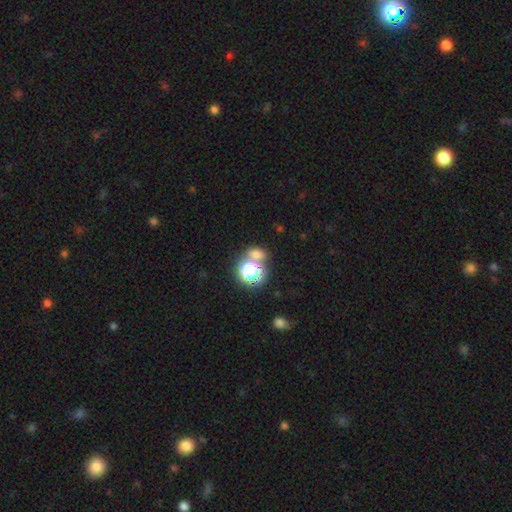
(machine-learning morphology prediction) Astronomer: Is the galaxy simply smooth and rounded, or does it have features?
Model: smooth — 59%.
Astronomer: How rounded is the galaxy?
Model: round — 56% (runner-up: in between, 42%).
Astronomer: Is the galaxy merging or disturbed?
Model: none — 62%.